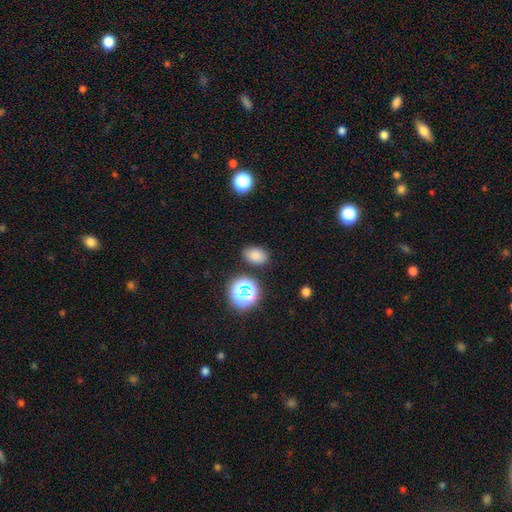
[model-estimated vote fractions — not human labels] This appears to be a smooth galaxy with no disk features (78%) that is in between round and cigar-shaped (79%). Merging: none (83%).